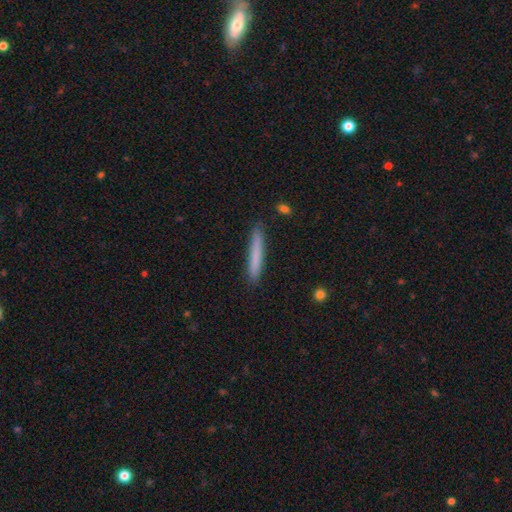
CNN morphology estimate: Q: Smooth or featured?
A: smooth (78%); runner-up: featured or disk (16%)
Q: How rounded?
A: cigar-shaped (96%); runner-up: in between (3%)
Q: Merging?
A: none (89%); runner-up: minor disturbance (8%)